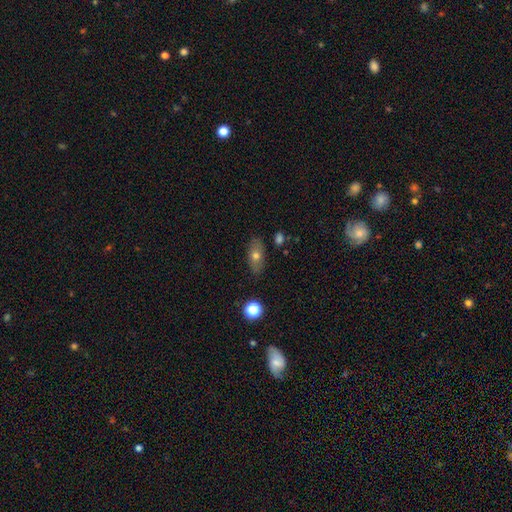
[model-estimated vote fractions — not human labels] Morphology: type=smooth (65%); roundness=in between (80%); merging=none (83%).